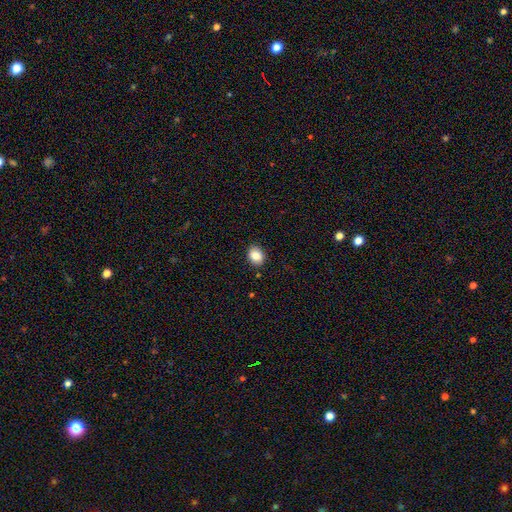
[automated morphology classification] This appears to be a smooth galaxy with no disk features (86%) that is in between round and cigar-shaped (53%). Merging: none (88%).